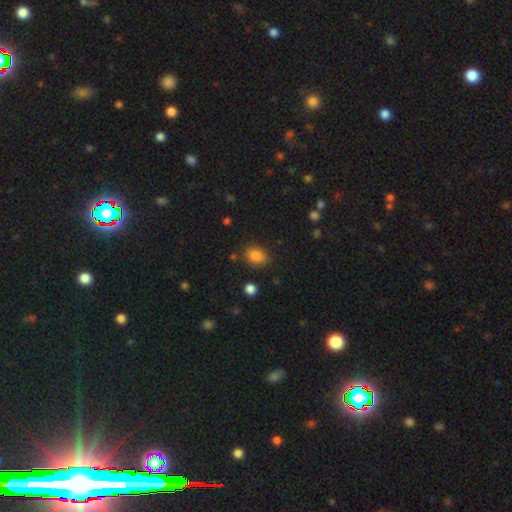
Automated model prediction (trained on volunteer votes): A smooth galaxy with no disk features (84%) that is in between round and cigar-shaped (69%).

Vote fractions:
- Smooth or featured? smooth: 84% / star or artifact: 10% / featured or disk: 5%
- How rounded? in between: 69% / round: 30% / cigar-shaped: 1%
- Merging? none: 78% / minor disturbance: 16% / major disturbance: 4% / merger: 3%